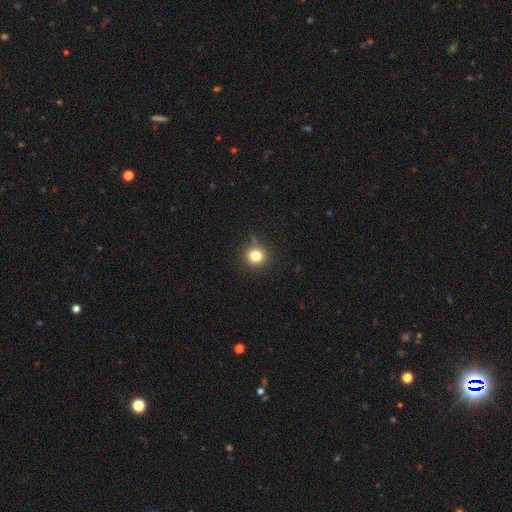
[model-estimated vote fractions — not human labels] smooth 80%, star or artifact 14%, featured or disk 7%. Down the decision tree: how rounded — round (90%); merging — none (81%).